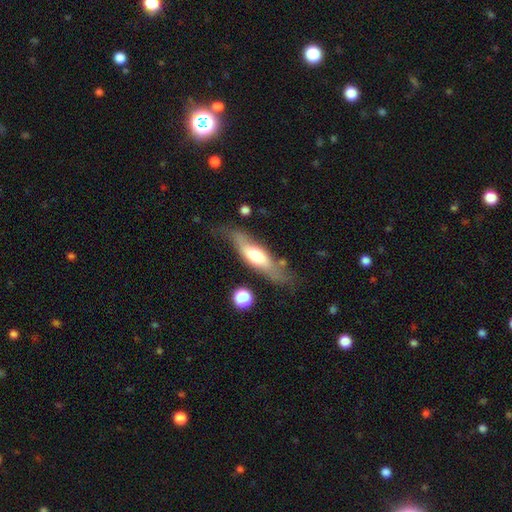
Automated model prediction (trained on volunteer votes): Overall: featured or disk (49%; smooth 45%). Merging: none (61%; minor disturbance 24%).